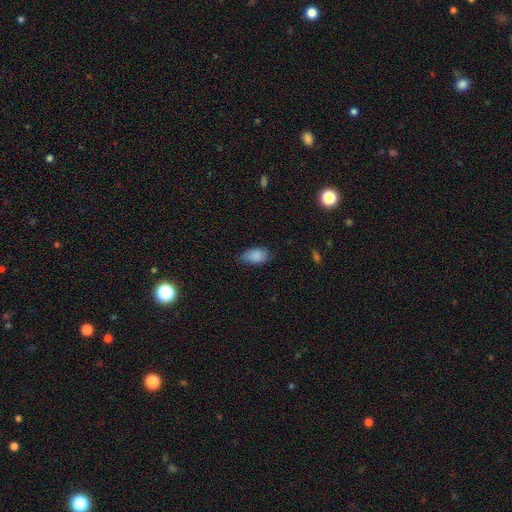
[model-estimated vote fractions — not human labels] smooth_or_featured: smooth (p=0.86) [alt: star or artifact p=0.07]
how_rounded: in between (p=0.92) [alt: round p=0.06]
merging: none (p=0.62) [alt: minor disturbance p=0.31]